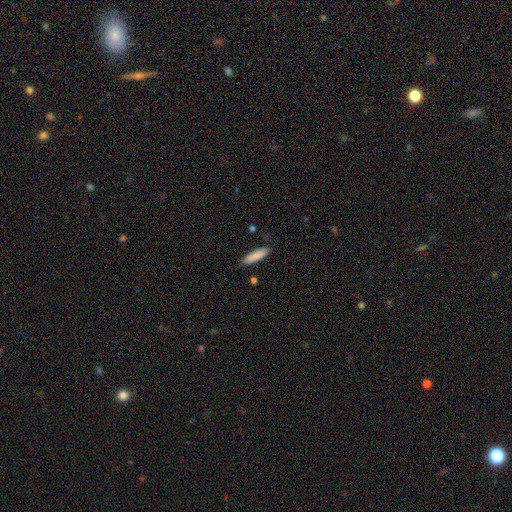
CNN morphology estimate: type=smooth (86%); roundness=cigar-shaped (69%); merging=none (86%).